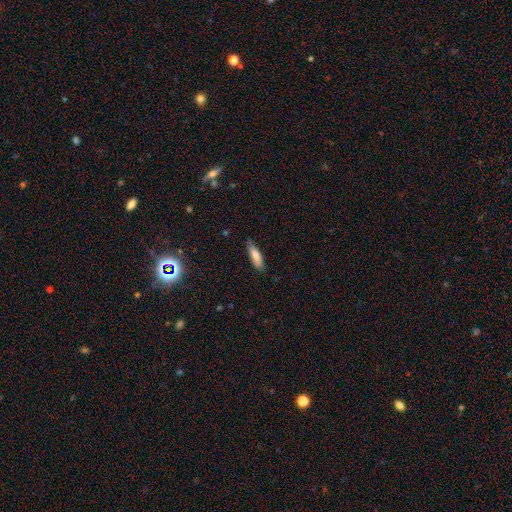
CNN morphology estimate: This appears to be a smooth galaxy with no disk features (78%) that is cigar-shaped (60%). Merging: none (78%).